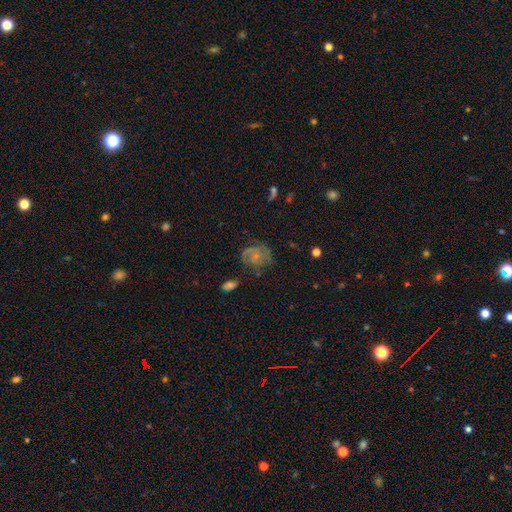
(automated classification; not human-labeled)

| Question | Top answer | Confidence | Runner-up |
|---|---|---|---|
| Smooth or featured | featured or disk | 59% | smooth (29%) |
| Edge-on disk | no | 98% | yes (2%) |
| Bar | no | 73% | weak (23%) |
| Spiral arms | yes | 78% | no (22%) |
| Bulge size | small | 60% | none (20%) |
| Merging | none | 52% | minor disturbance (23%) |